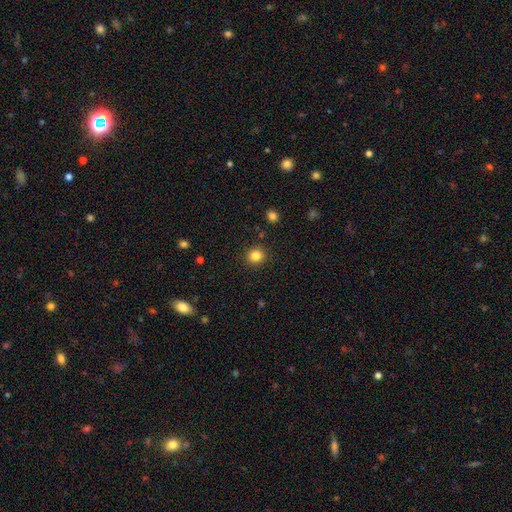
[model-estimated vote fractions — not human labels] A smooth galaxy with no disk features (83%) that is round (90%). Merging: none (91%).